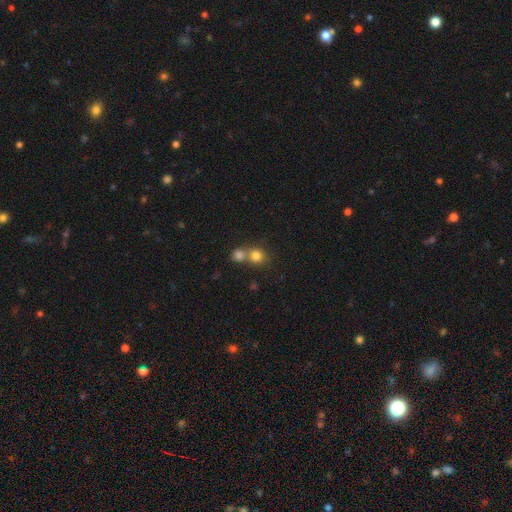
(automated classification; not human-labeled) smooth-or-featured: smooth: 80% | star or artifact: 12% | featured or disk: 7%
  how-rounded: round: 87% | in between: 12% | cigar-shaped: 1%
  merging: none: 47% | merger: 45% | minor disturbance: 6% | major disturbance: 2%